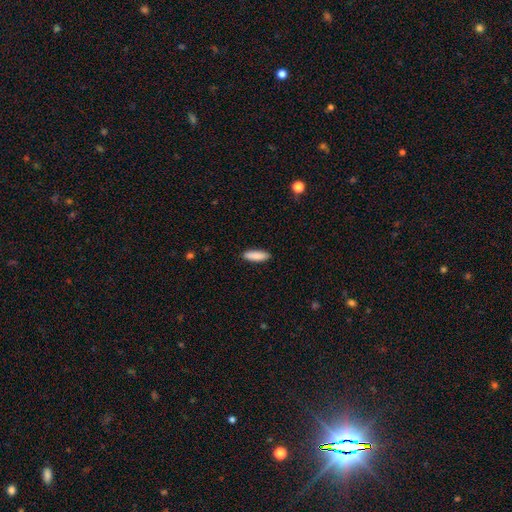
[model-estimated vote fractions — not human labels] This is clearly a smooth galaxy (88%). How rounded: possibly cigar-shaped (53%). Merging: clearly none (90%).